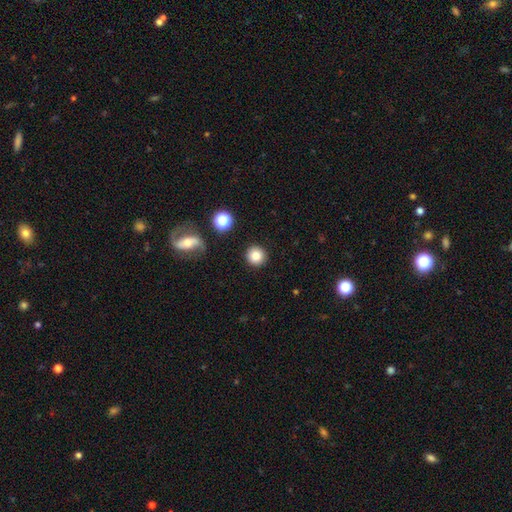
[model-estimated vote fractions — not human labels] A smooth galaxy with no disk features (83%) that is round (93%). Merging: none (89%).